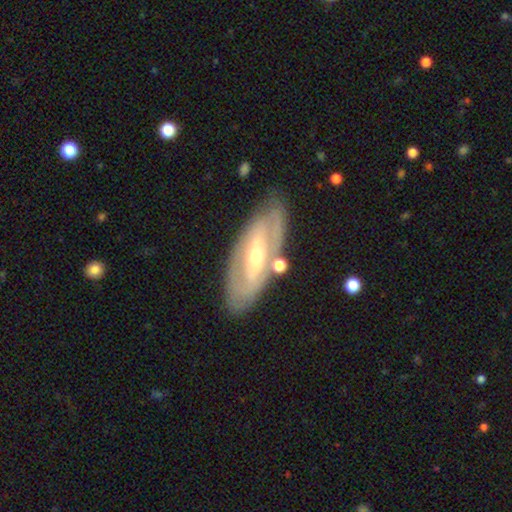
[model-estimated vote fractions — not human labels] Overall: featured or disk (76%). Edge-on disk: no (86%). Bar: no (36%; strong 33%). Spiral arms: yes (60%; no 40%). Bulge size: moderate (54%; small 41%). Merging: none (77%).